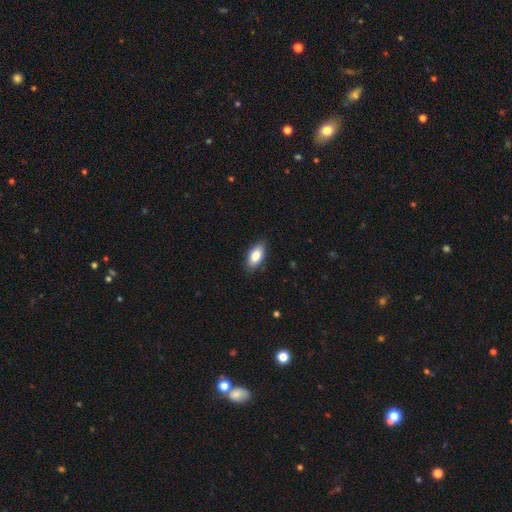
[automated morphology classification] smooth 83%, featured or disk 11%, star or artifact 7%. Down the decision tree: how rounded — in between (91%); merging — none (85%).